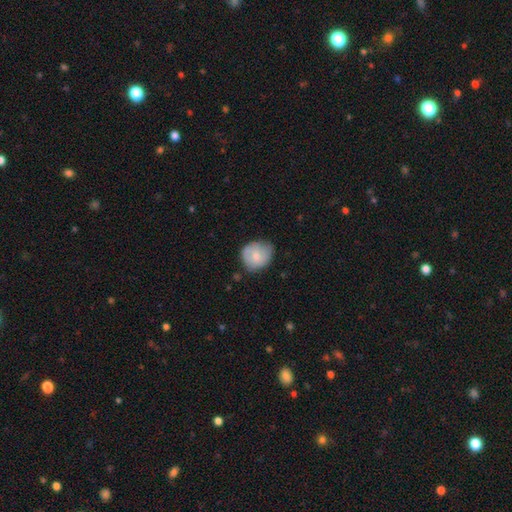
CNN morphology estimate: Smooth or featured? Predicted: smooth (p=0.67). How rounded? Predicted: round (p=0.72). Merging? Predicted: none (p=0.58).